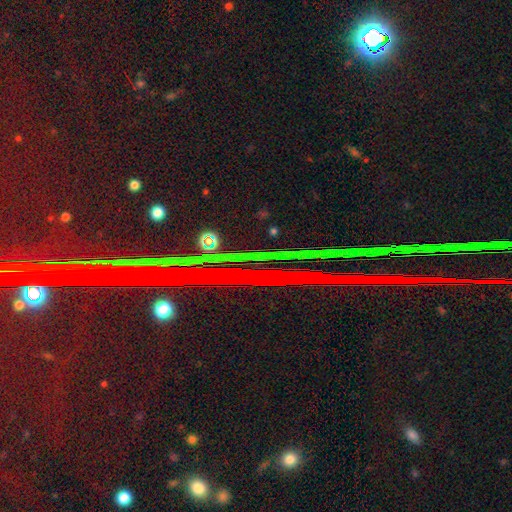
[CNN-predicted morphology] This is clearly a star or artifact rather than a galaxy (83%).